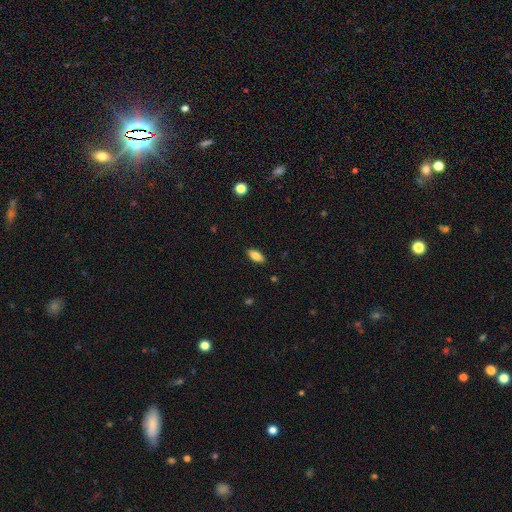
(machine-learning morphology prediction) This appears to be a smooth galaxy with no disk features (82%) that is in between round and cigar-shaped (85%). Merging: none (89%).